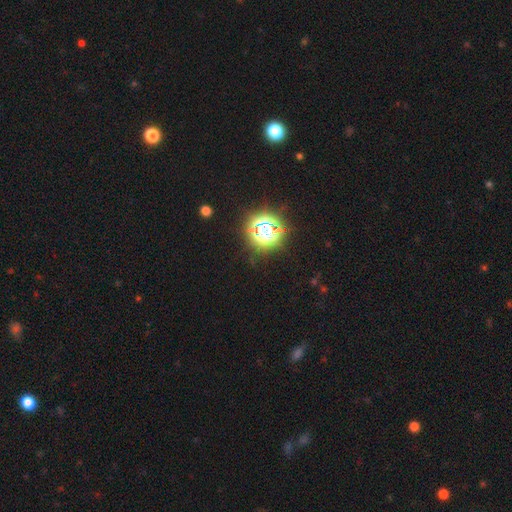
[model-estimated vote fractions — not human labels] star or artifact 82%, smooth 13%, featured or disk 6%.